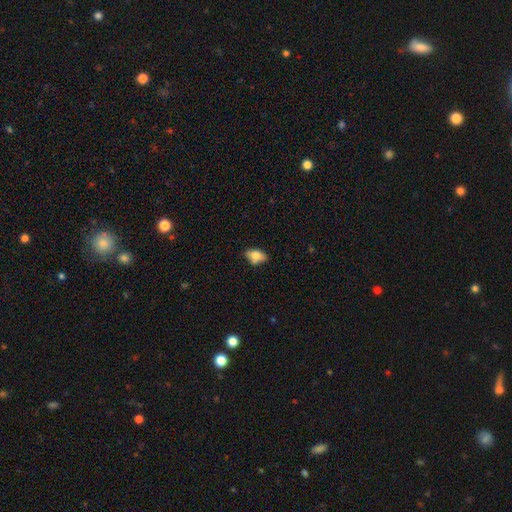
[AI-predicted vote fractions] A smooth galaxy with no disk features (76%) that is in between round and cigar-shaped (87%). Merging: none (62%).